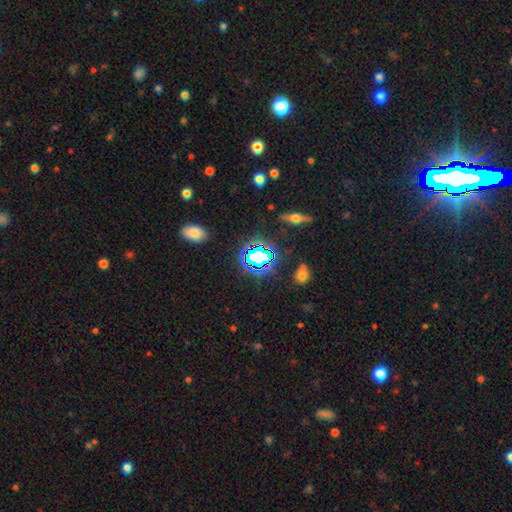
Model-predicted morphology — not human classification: Smooth or featured: star or artifact — 66% (smooth — 20%)